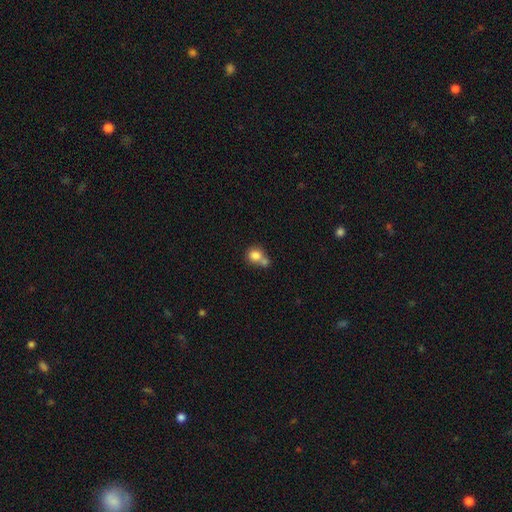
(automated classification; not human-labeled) smooth-or-featured: smooth: 80% | featured or disk: 11% | star or artifact: 10%
  how-rounded: round: 76% | in between: 23% | cigar-shaped: 1%
  merging: merger: 49% | none: 36% | minor disturbance: 10% | major disturbance: 5%